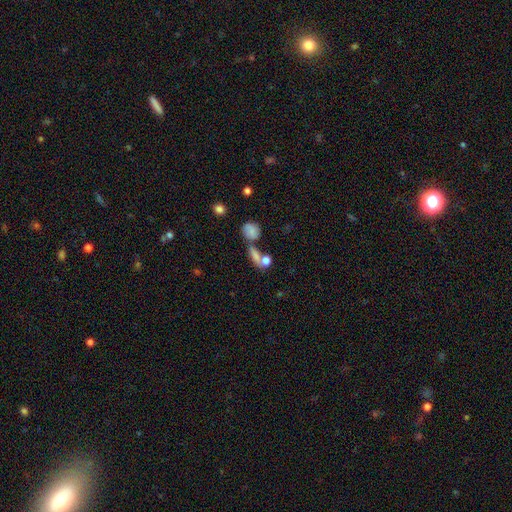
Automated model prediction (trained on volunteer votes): A smooth galaxy with no disk features (65%) that is in between round and cigar-shaped (47%). Merging: merger (42%).